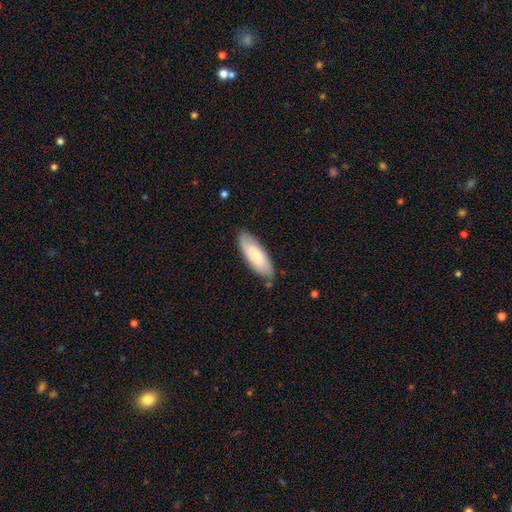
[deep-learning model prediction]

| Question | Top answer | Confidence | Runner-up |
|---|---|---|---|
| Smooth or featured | smooth | 66% | featured or disk (28%) |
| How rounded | in between | 69% | cigar-shaped (29%) |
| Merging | none | 79% | minor disturbance (16%) |